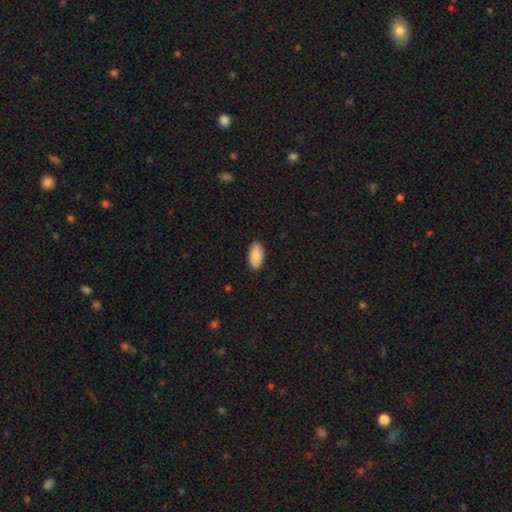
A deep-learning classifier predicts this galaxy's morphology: type=smooth (89%); roundness=in between (95%); merging=none (88%).